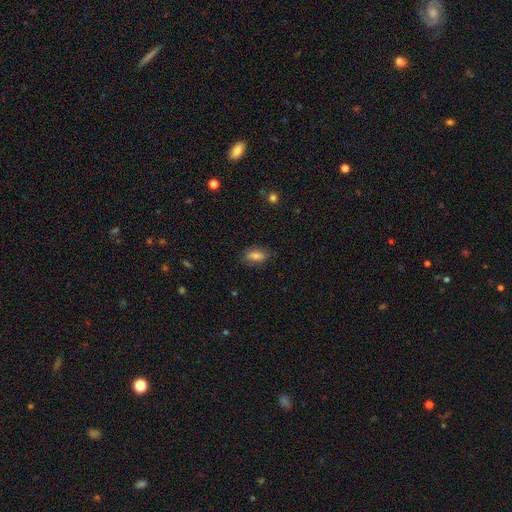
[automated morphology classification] Smooth or featured: smooth — 80% (featured or disk — 10%)
How rounded: in between — 86% (cigar-shaped — 8%)
Merging: none — 80% (minor disturbance — 15%)